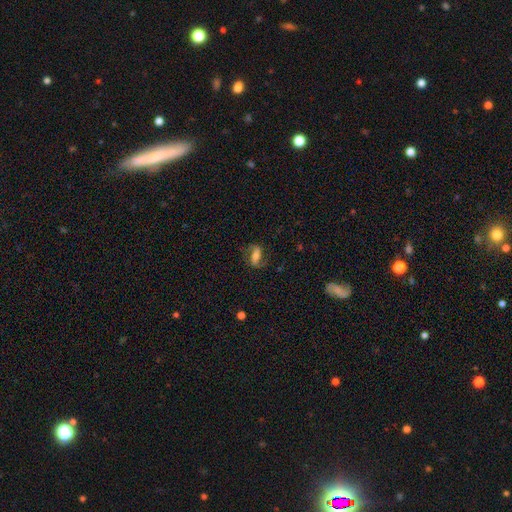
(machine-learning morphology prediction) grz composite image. It shows a featured or disk galaxy (68%) with a strong bar (46%), 2 (89%) loose (54%) spiral arms (90%) and a moderate central bulge (47%). Merging: none (72%).